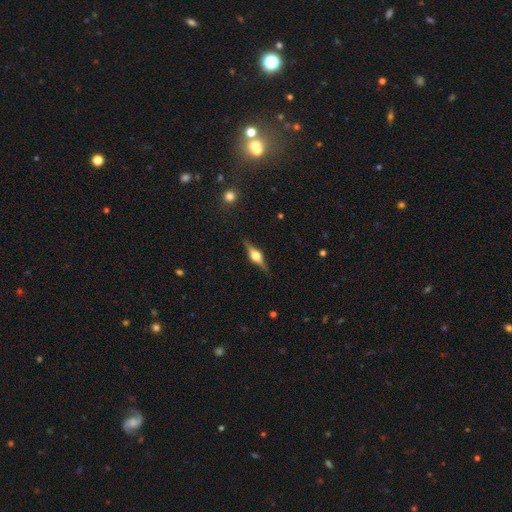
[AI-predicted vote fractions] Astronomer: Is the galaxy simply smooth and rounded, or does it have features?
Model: featured or disk — 74%.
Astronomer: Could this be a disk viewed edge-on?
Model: yes — 97%.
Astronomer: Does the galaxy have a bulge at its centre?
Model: rounded — 91%.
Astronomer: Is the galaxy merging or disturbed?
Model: none — 86%.